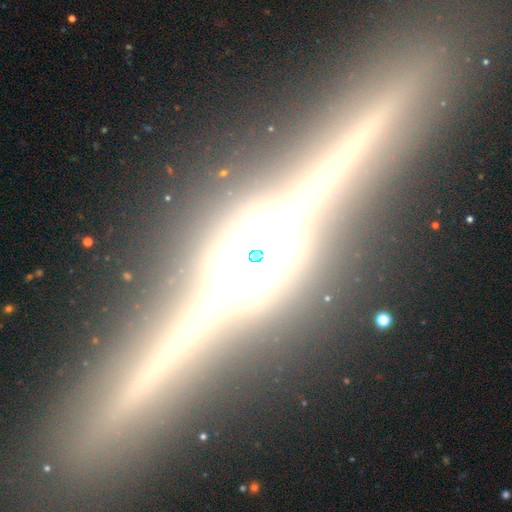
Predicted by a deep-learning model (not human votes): Q: Smooth or featured?
A: featured or disk (70%); runner-up: star or artifact (18%)
Q: Edge-on disk?
A: yes (82%); runner-up: no (18%)
Q: Edge-on bulge?
A: rounded (82%); runner-up: boxy (11%)
Q: Merging?
A: none (81%); runner-up: minor disturbance (9%)